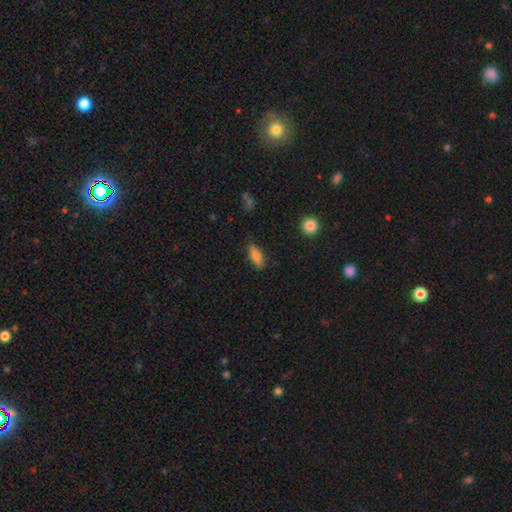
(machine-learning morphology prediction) A smooth galaxy with no disk features (81%) that is in between round and cigar-shaped (78%). Merging: none (82%).